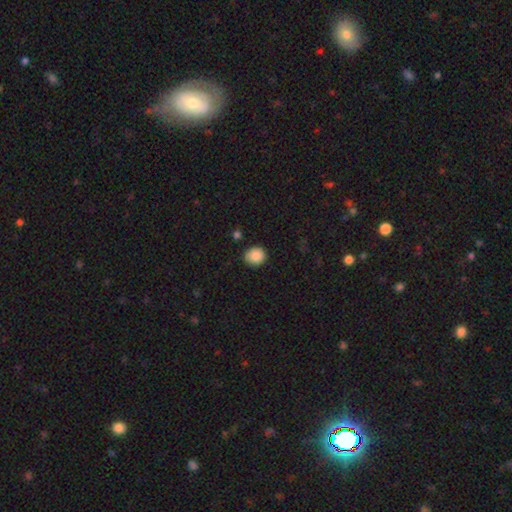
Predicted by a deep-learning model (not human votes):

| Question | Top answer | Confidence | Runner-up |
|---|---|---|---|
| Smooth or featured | smooth | 88% | star or artifact (8%) |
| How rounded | round | 81% | in between (18%) |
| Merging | none | 84% | minor disturbance (11%) |